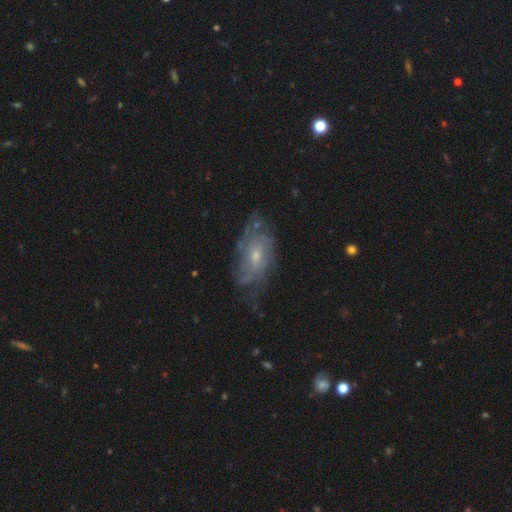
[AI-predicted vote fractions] featured or disk 69%, smooth 23%, star or artifact 9%. Down the decision tree: edge-on disk — no (93%); bar — no (73%); spiral arms — yes (78%); bulge size — small (54%); merging — none (60%).